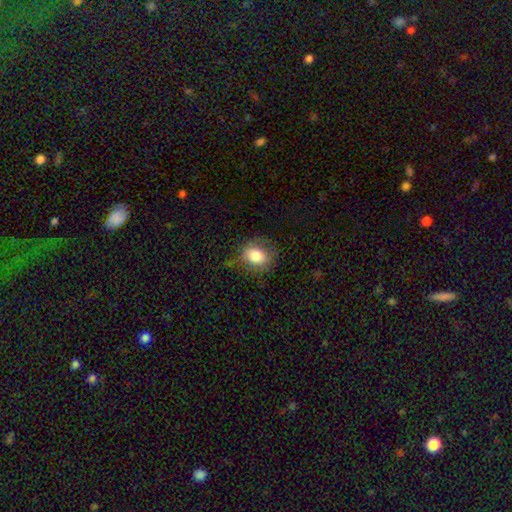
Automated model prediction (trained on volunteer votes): Smooth or featured? Predicted: smooth (p=0.80). How rounded? Predicted: in between (p=0.50). Merging? Predicted: none (p=0.67).